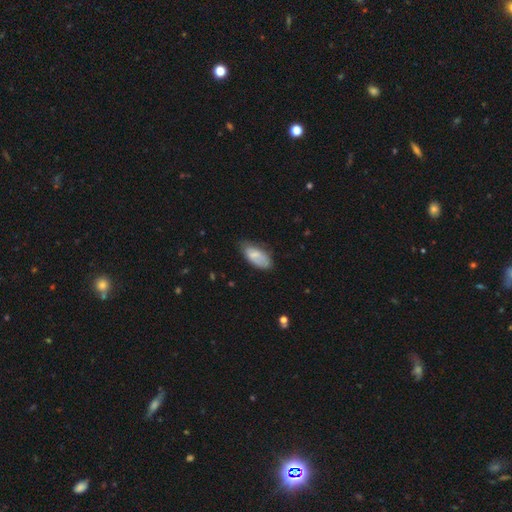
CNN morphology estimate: smooth 74%, featured or disk 19%, star or artifact 7%. Down the decision tree: how rounded — in between (90%); merging — none (58%).